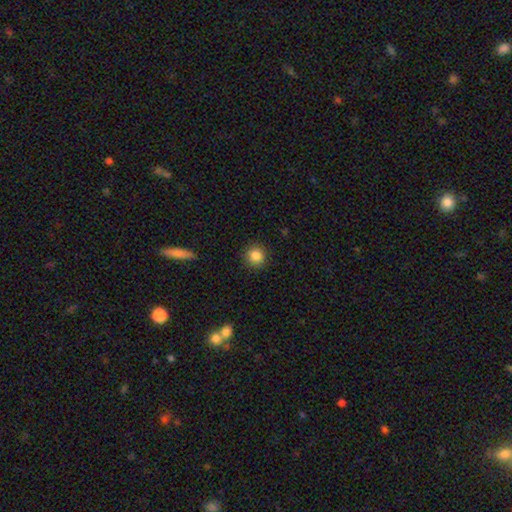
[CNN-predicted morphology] type=smooth (85%); roundness=round (92%); merging=none (90%).